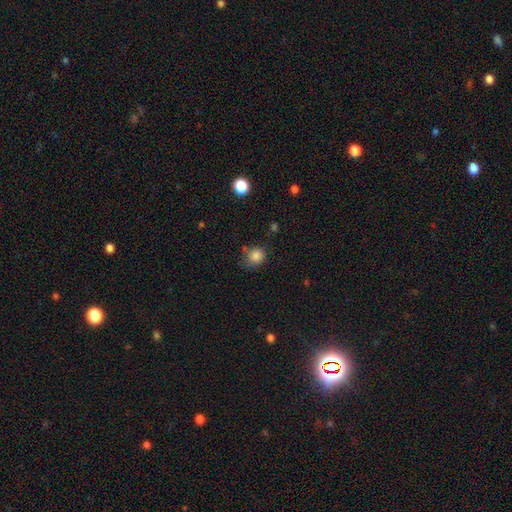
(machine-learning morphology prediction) smooth_or_featured: smooth (p=0.83) [alt: star or artifact p=0.11]
how_rounded: round (p=0.76) [alt: in between p=0.23]
merging: none (p=0.62) [alt: minor disturbance p=0.25]